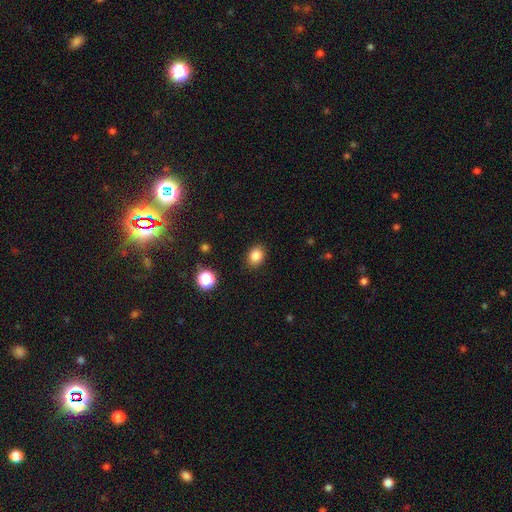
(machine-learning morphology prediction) A smooth galaxy with no disk features (85%) that is in between round and cigar-shaped (56%).

Vote fractions:
- Smooth or featured? smooth: 85% / star or artifact: 11% / featured or disk: 5%
- How rounded? in between: 56% / round: 43% / cigar-shaped: 1%
- Merging? none: 88% / minor disturbance: 8% / major disturbance: 2% / merger: 1%